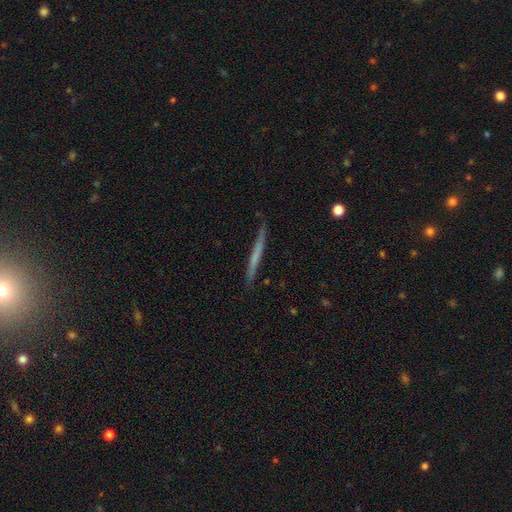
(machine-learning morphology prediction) A featured or disk galaxy (48%). Merging: none (87%).